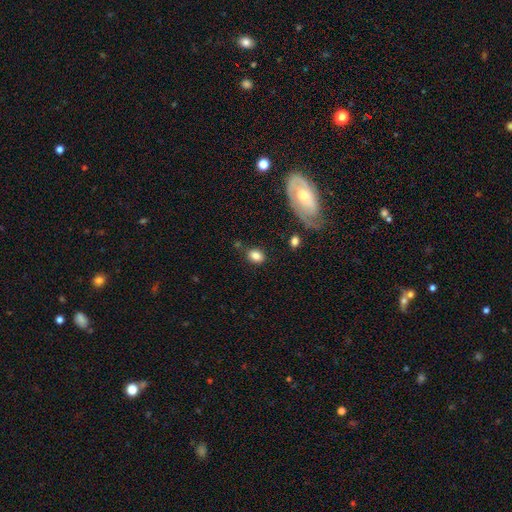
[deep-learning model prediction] Smooth or featured?
  - smooth: 82% *
  - featured or disk: 9%
  - star or artifact: 9%
How rounded?
  - in between: 63% *
  - round: 36%
  - cigar-shaped: 2%
Merging?
  - none: 76% *
  - minor disturbance: 15%
  - merger: 5%
  - major disturbance: 5%